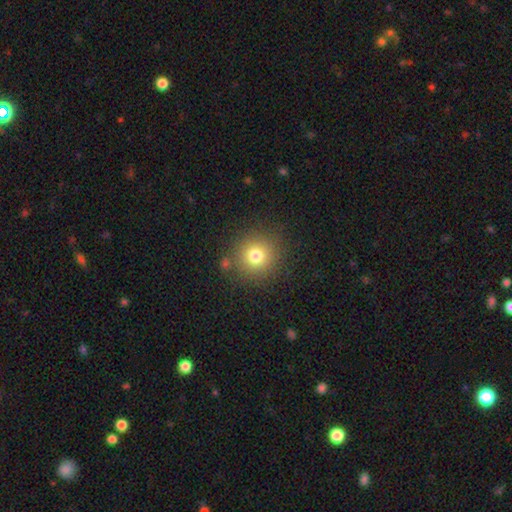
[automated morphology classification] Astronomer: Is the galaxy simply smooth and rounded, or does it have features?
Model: smooth — 78%.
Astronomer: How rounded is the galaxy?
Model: round — 93%.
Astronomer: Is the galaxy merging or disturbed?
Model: none — 84%.